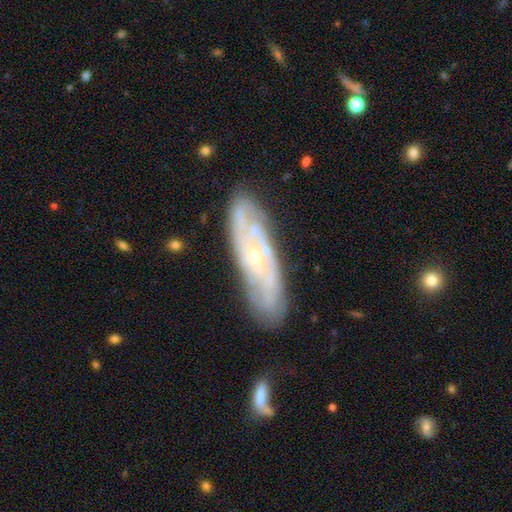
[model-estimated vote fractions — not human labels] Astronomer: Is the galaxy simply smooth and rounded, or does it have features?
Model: featured or disk — 79%.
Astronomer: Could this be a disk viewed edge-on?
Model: no — 81%.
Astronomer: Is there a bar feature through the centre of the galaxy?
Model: no — 70%.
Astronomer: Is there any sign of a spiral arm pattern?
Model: yes — 89%.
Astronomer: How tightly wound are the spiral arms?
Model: tight — 62%.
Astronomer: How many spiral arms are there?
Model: can't tell — 46% (runner-up: 2, 24%).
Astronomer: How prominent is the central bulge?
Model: small — 78%.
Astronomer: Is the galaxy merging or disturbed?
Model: none — 79%.